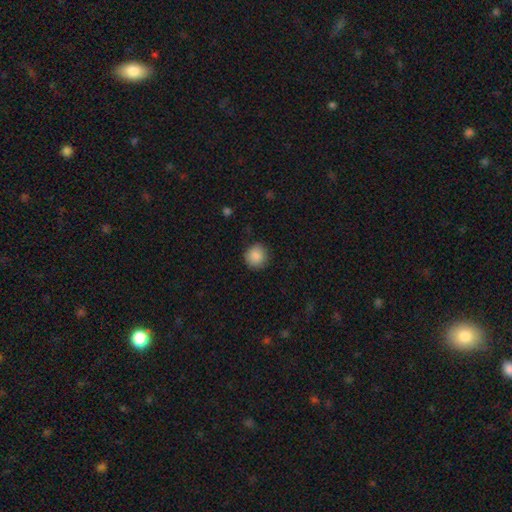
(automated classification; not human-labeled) This appears to be a smooth galaxy with no disk features (87%) that is round (92%). Merging: none (88%).